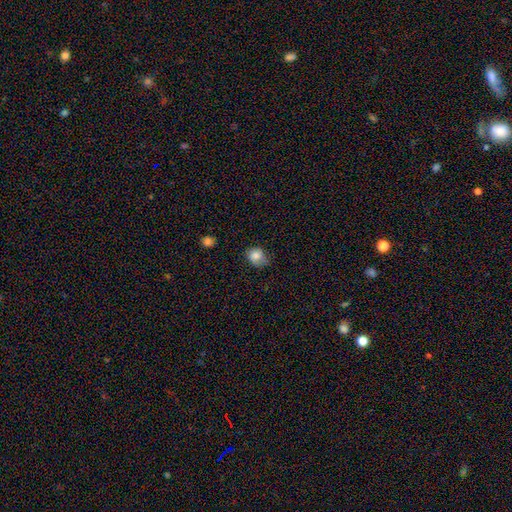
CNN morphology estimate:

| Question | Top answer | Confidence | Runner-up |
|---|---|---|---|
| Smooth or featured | smooth | 83% | star or artifact (9%) |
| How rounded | round | 57% | in between (42%) |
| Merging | none | 58% | minor disturbance (32%) |